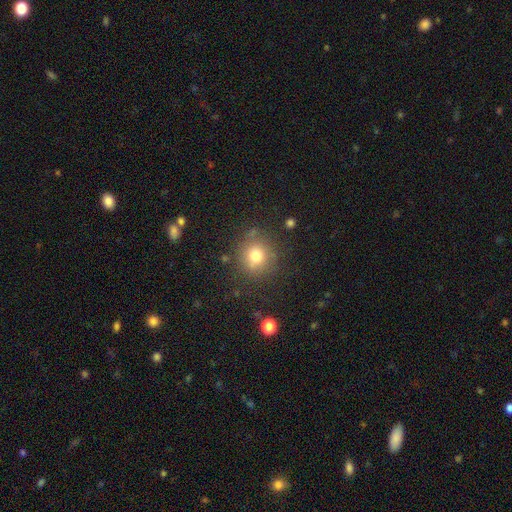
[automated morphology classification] Smooth or featured? smooth (75%)
How rounded? round (89%)
Merging? none (78%)